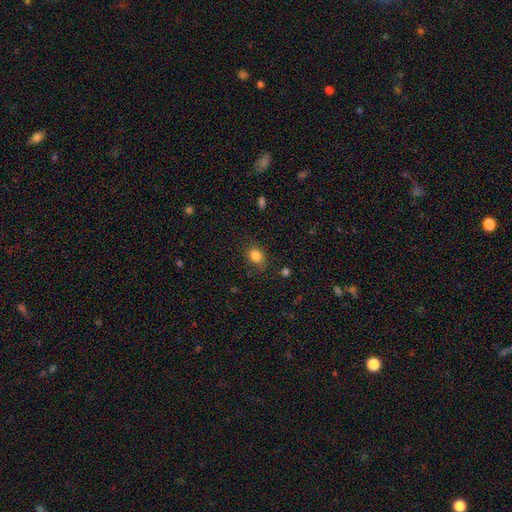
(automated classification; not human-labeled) The model was most divided on "how rounded": in between: 52%, round: 47%, cigar-shaped: 1%. More confident: smooth or featured — smooth (83%); merging — none (80%).